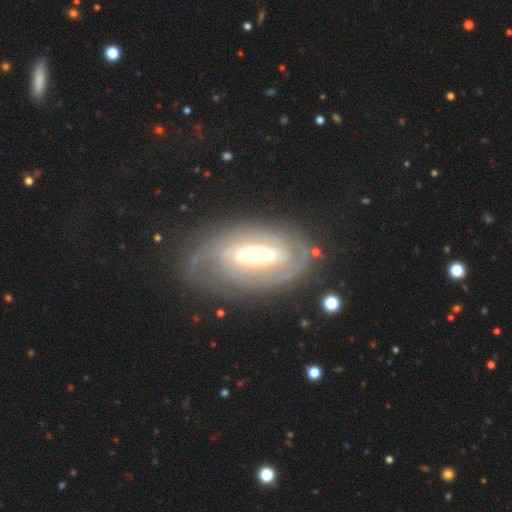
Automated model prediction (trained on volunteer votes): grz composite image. It shows a featured or disk galaxy (82%) with a strong bar (35%), 2 (41%) tight (64%) spiral arms (83%) and a moderate central bulge (60%). Merging: none (69%).